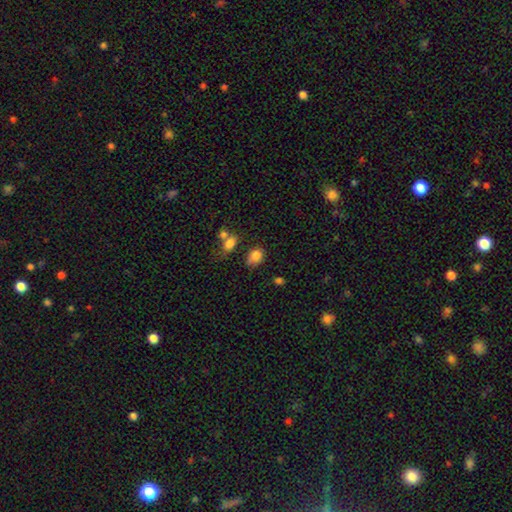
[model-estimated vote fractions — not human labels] Overall: smooth (82%). How rounded: in between (60%; round 39%). Merging: none (47%; minor disturbance 29%).